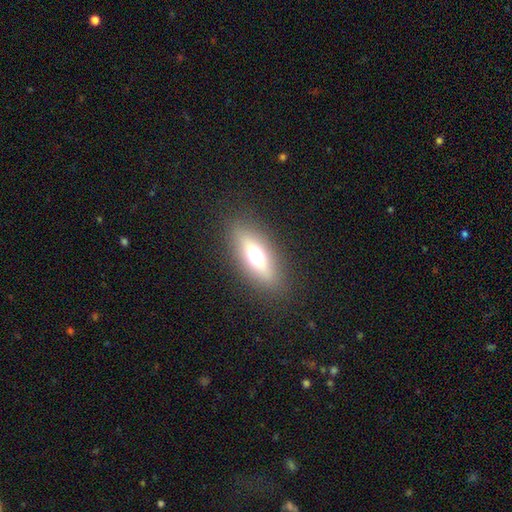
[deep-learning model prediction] Q: Smooth or featured?
A: smooth (51%); runner-up: featured or disk (35%)
Q: How rounded?
A: in between (66%); runner-up: cigar-shaped (26%)
Q: Merging?
A: none (86%); runner-up: minor disturbance (9%)